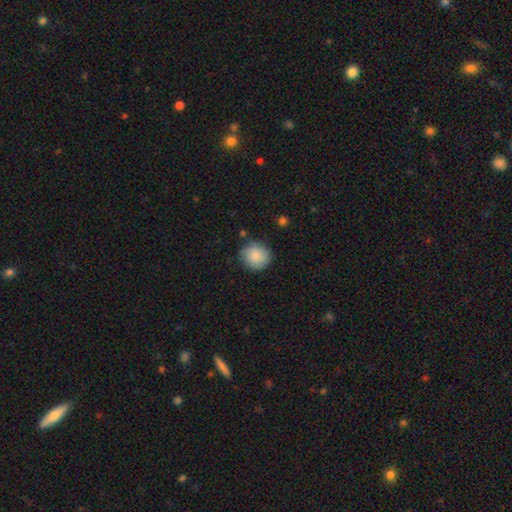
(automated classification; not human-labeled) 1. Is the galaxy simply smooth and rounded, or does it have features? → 86% smooth, 7% featured or disk, 7% star or artifact.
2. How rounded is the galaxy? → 86% round, 13% in between, 1% cigar-shaped.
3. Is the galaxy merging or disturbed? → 80% none, 14% minor disturbance, 3% major disturbance, 2% merger.